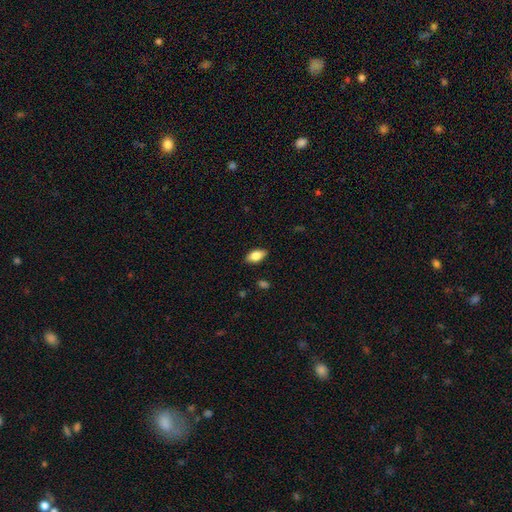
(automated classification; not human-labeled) This appears to be a smooth galaxy with no disk features (80%) that is in between round and cigar-shaped (91%). Merging: none (86%).